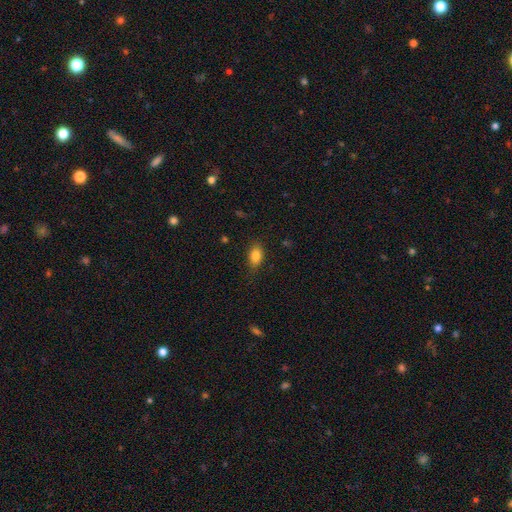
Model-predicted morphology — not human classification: A smooth galaxy with no disk features (83%) that is in between round and cigar-shaped (84%). Merging: none (81%).